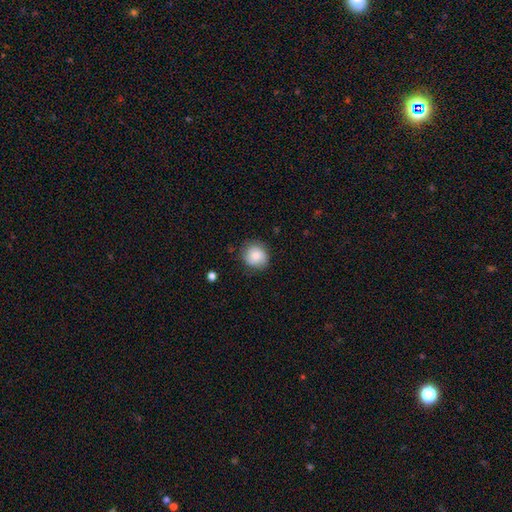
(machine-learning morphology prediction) Smooth or featured? smooth (79%)
How rounded? round (86%)
Merging? none (79%)